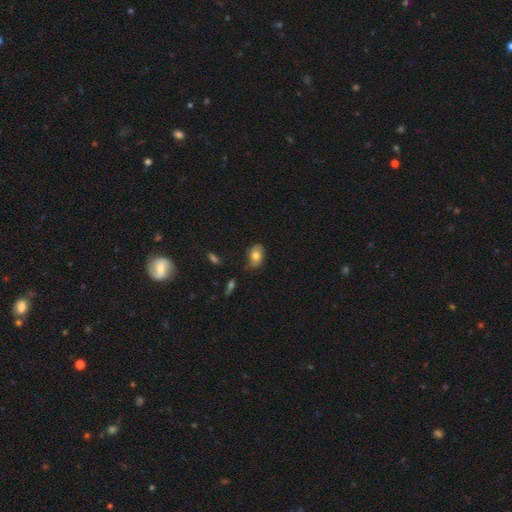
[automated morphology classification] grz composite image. It shows a smooth galaxy with no disk features (73%) that is in between round and cigar-shaped (87%). Merging: none (73%).